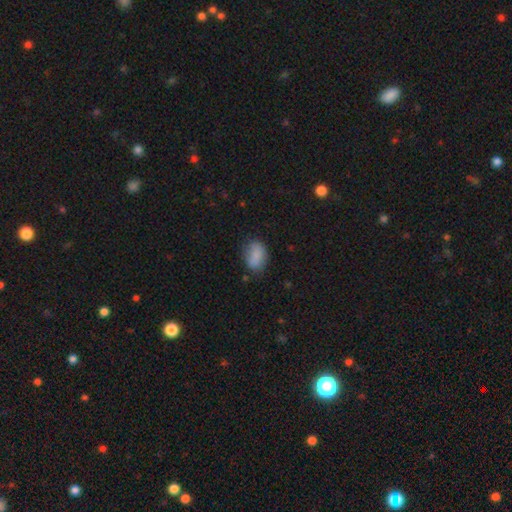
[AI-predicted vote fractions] A smooth galaxy with no disk features (82%) that is in between round and cigar-shaped (82%). Merging: none (69%).